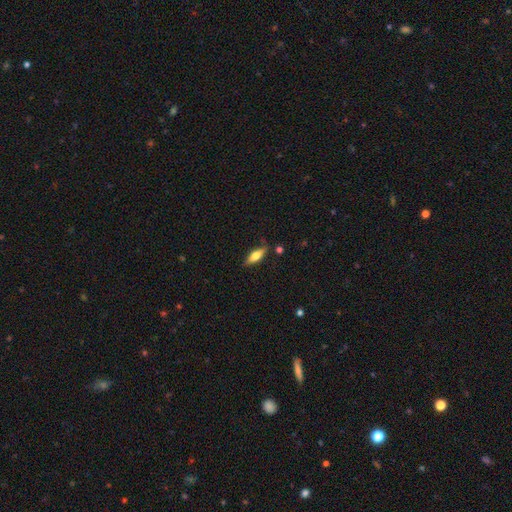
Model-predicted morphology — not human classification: type=smooth (60%); roundness=in between (54%); merging=none (77%).